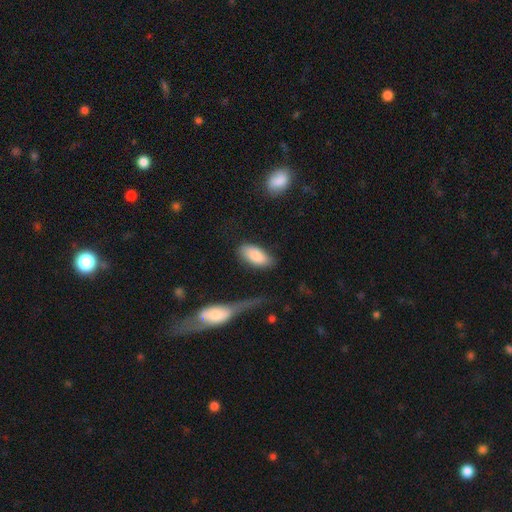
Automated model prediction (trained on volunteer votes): Smooth or featured: smooth — 86% (featured or disk — 8%)
How rounded: in between — 91% (cigar-shaped — 7%)
Merging: none — 69% (minor disturbance — 19%)